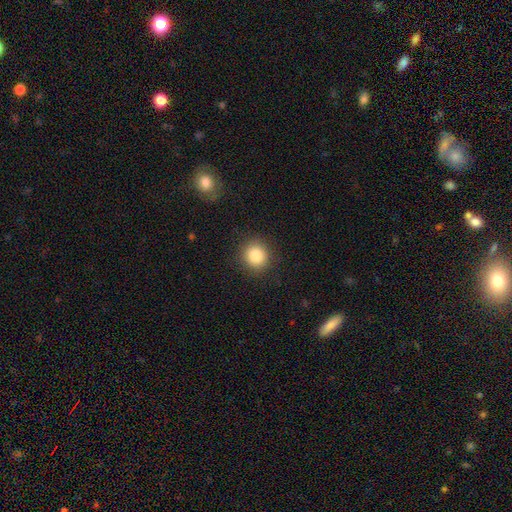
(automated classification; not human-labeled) The model was most divided on "smooth or featured": smooth: 84%, star or artifact: 10%, featured or disk: 6%. More confident: merging — none (90%); how rounded — round (88%).